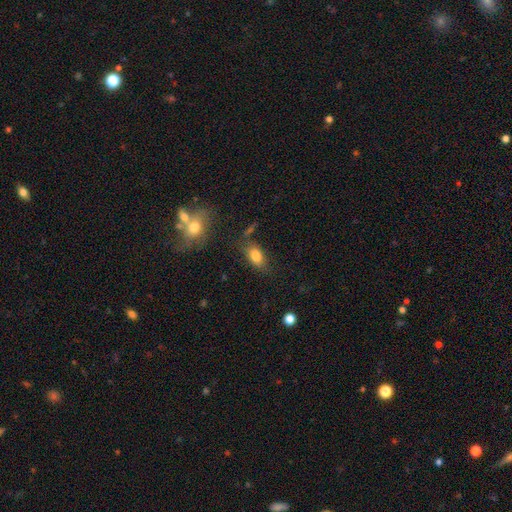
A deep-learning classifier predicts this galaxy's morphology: A smooth galaxy with no disk features (80%) that is in between round and cigar-shaped (85%).

Vote fractions:
- Smooth or featured? smooth: 80% / featured or disk: 10% / star or artifact: 9%
- How rounded? in between: 85% / round: 10% / cigar-shaped: 4%
- Merging? none: 69% / minor disturbance: 18% / merger: 7% / major disturbance: 6%